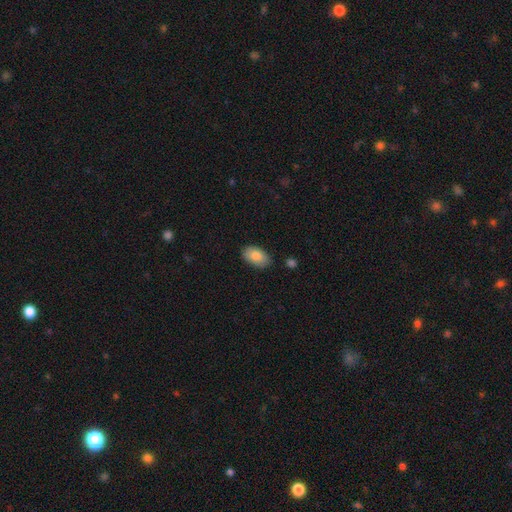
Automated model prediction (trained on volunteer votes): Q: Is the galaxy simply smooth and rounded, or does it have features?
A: smooth — 85%.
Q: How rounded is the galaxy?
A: in between — 93%.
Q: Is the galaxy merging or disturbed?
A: none — 82%.